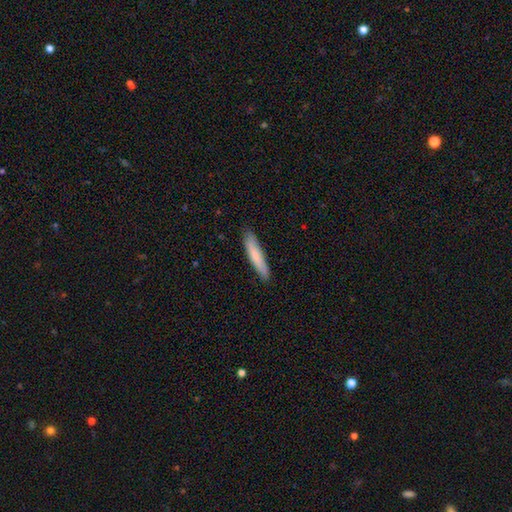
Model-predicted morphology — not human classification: Q: Smooth or featured?
A: smooth (78%); runner-up: featured or disk (17%)
Q: How rounded?
A: cigar-shaped (89%); runner-up: in between (10%)
Q: Merging?
A: none (87%); runner-up: minor disturbance (11%)